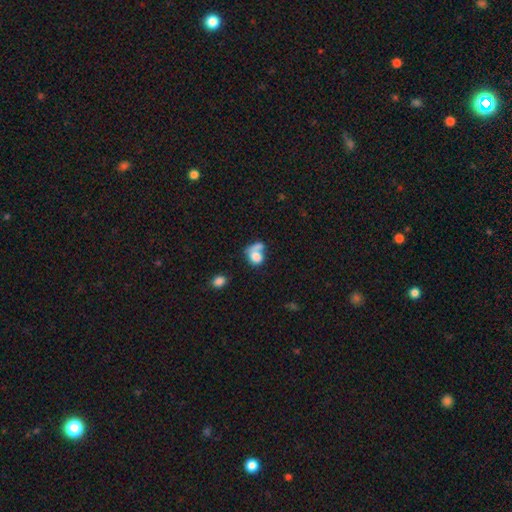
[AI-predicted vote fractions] Morphology: type=smooth (75%); roundness=in between (51%); merging=merger (49%).